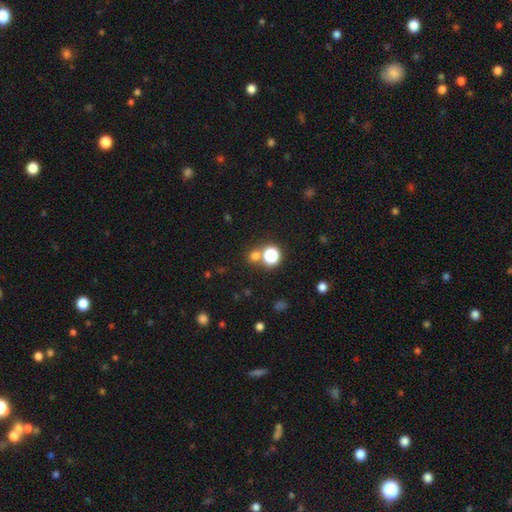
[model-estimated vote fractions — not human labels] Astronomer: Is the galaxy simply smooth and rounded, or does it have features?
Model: smooth — 64%.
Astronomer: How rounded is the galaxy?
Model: round — 88%.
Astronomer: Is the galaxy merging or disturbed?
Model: none — 71%.